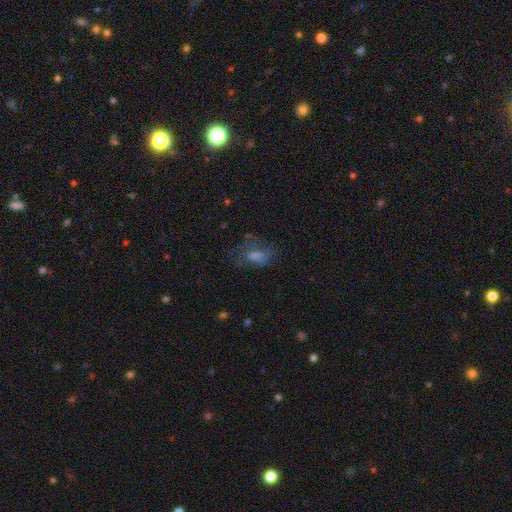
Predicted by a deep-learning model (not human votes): This appears to be a smooth galaxy with no disk features (43%). Merging: none (54%).